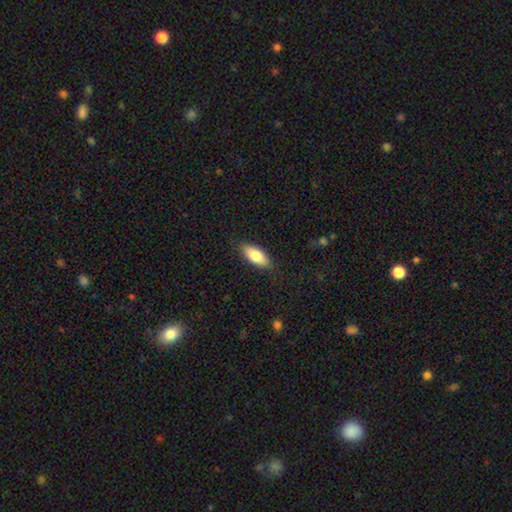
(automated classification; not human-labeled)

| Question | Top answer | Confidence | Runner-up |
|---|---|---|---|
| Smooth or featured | smooth | 79% | featured or disk (15%) |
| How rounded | in between | 83% | cigar-shaped (14%) |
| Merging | none | 86% | minor disturbance (11%) |